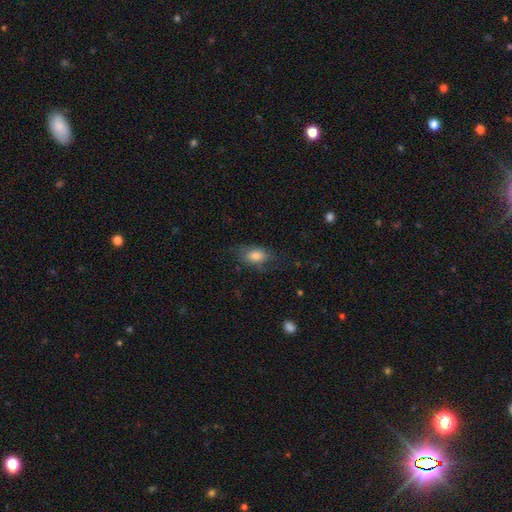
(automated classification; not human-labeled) smooth 72%, featured or disk 20%, star or artifact 8%. Down the decision tree: how rounded — in between (87%); merging — none (57%).